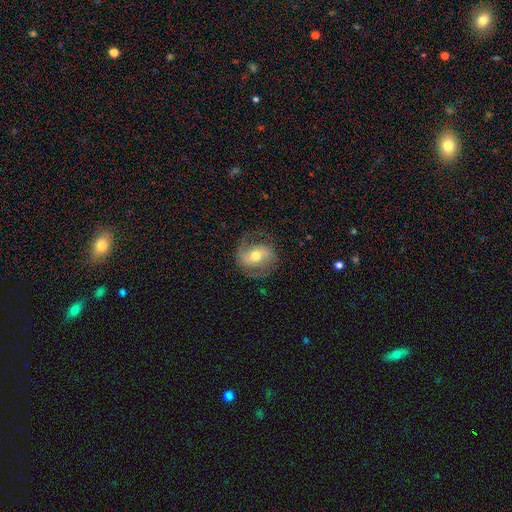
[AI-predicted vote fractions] The model was most divided on "bar": weak: 42%, no: 36%, strong: 22%. Remaining: edge-on disk — no (96%); spiral arms — yes (86%); spiral arm count — 2 (82%); bulge size — moderate (73%); merging — none (69%); smooth or featured — featured or disk (68%); spiral winding — medium (45%).